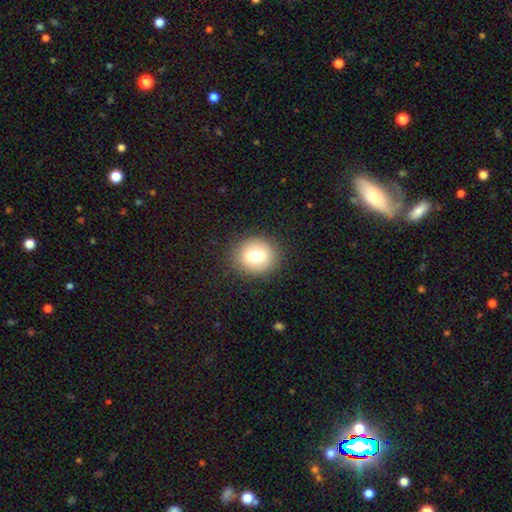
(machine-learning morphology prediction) smooth_or_featured: smooth (p=0.76) [alt: featured or disk p=0.13]
how_rounded: round (p=0.75) [alt: in between p=0.24]
merging: none (p=0.88) [alt: minor disturbance p=0.08]